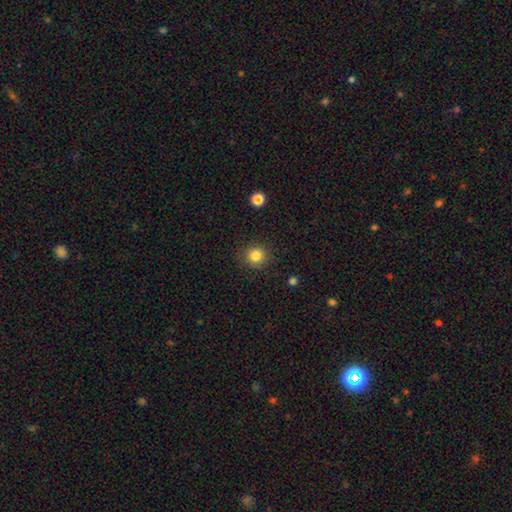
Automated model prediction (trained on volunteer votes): Overall: smooth (84%). How rounded: round (93%). Merging: none (89%).